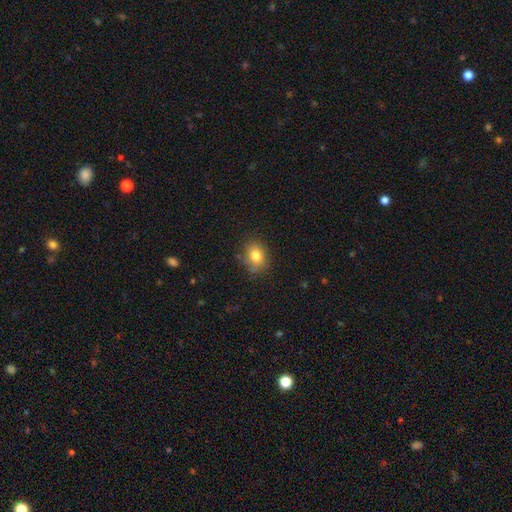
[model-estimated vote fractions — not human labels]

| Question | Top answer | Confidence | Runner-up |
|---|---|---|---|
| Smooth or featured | smooth | 80% | star or artifact (10%) |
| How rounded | round | 53% | in between (47%) |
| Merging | none | 78% | minor disturbance (16%) |